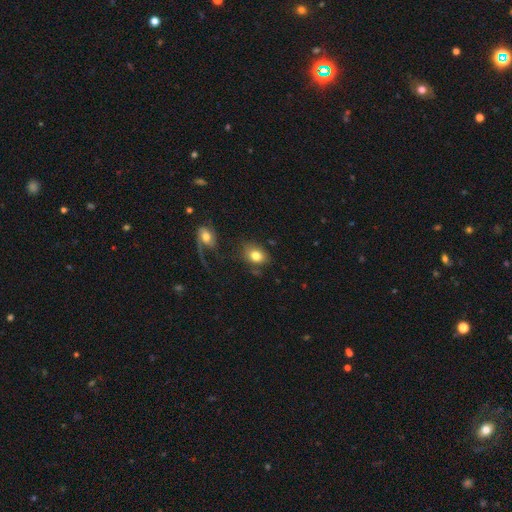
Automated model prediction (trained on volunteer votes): Smooth or featured? Predicted: smooth (p=0.78). How rounded? Predicted: in between (p=0.65). Merging? Predicted: none (p=0.69).